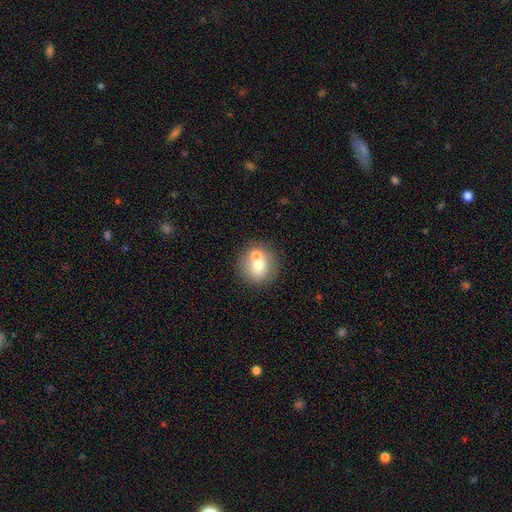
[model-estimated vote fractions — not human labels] Q: Smooth or featured?
A: smooth (67%); runner-up: featured or disk (23%)
Q: How rounded?
A: round (90%); runner-up: in between (10%)
Q: Merging?
A: none (56%); runner-up: merger (34%)